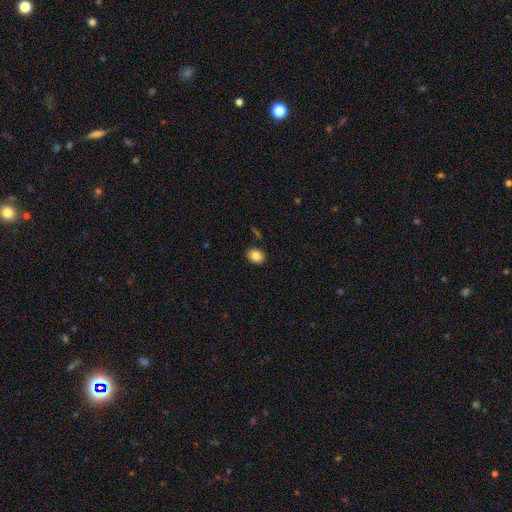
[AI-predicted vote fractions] A smooth galaxy with no disk features (84%) that is in between round and cigar-shaped (55%). Merging: none (88%).